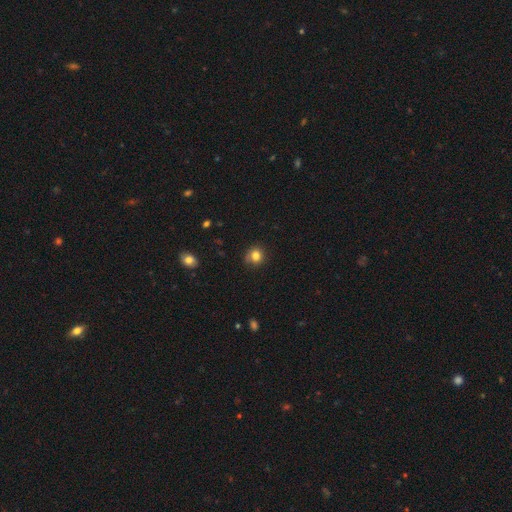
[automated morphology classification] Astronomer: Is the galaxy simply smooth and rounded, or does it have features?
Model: smooth — 82%.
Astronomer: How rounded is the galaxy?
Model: round — 81%.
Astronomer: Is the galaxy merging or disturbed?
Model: none — 74%.